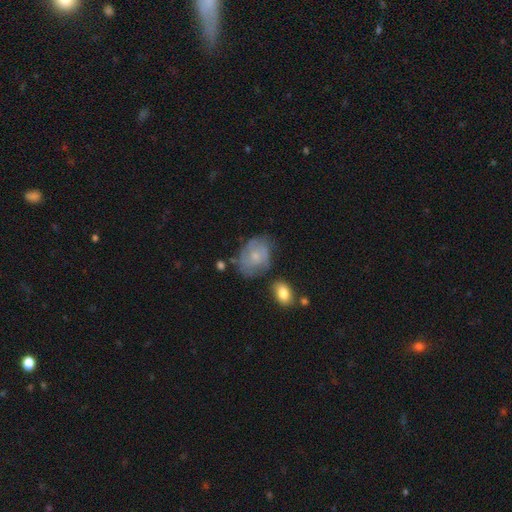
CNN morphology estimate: Q: Smooth or featured?
A: featured or disk (55%); runner-up: smooth (37%)
Q: Edge-on disk?
A: no (97%); runner-up: yes (3%)
Q: Bar?
A: no (75%); runner-up: weak (22%)
Q: Spiral arms?
A: yes (73%); runner-up: no (27%)
Q: Bulge size?
A: small (57%); runner-up: moderate (33%)
Q: Merging?
A: none (57%); runner-up: minor disturbance (26%)